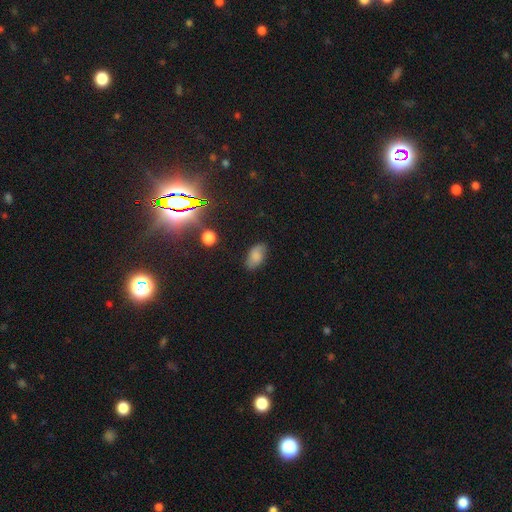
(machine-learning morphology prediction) smooth 71%, featured or disk 17%, star or artifact 12%. Down the decision tree: how rounded — in between (92%); merging — none (78%).